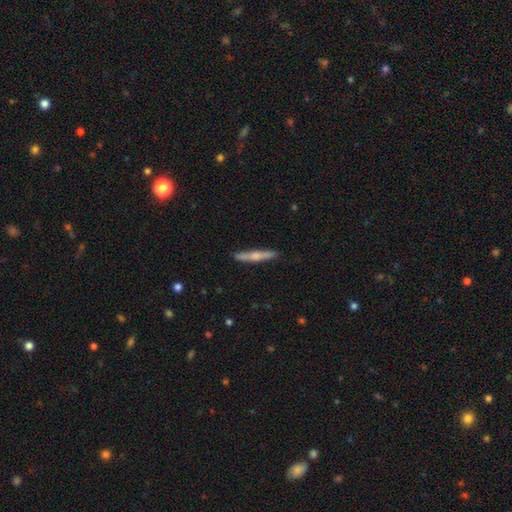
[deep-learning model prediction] Smooth or featured?
  - smooth: 48% *
  - featured or disk: 46%
  - star or artifact: 6%
Merging?
  - none: 88% *
  - minor disturbance: 9%
  - major disturbance: 2%
  - merger: 1%